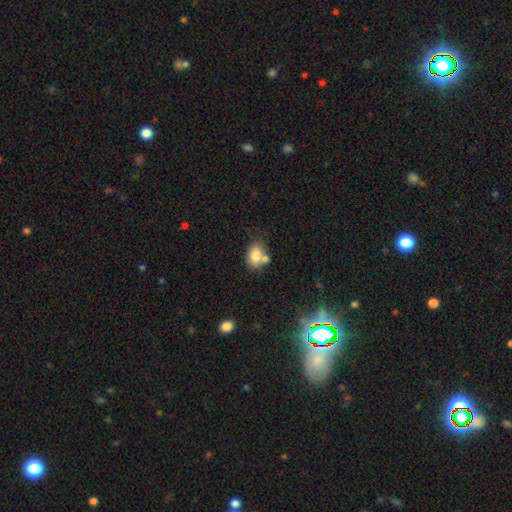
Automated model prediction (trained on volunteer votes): Smooth or featured? Predicted: smooth (p=0.78). How rounded? Predicted: in between (p=0.77). Merging? Predicted: none (p=0.50).